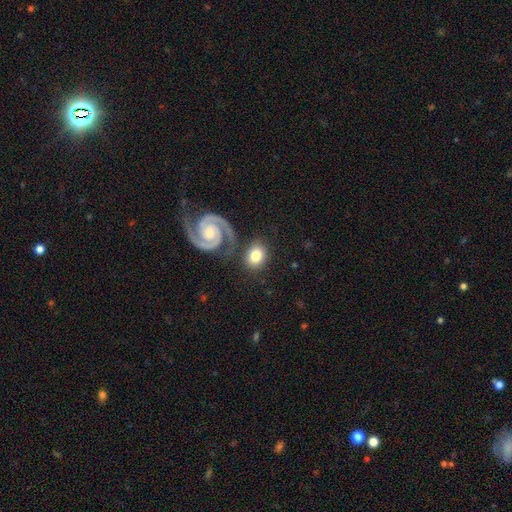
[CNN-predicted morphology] This appears to be a smooth galaxy with no disk features (62%) that is in between round and cigar-shaped (53%). Merging: none (74%).